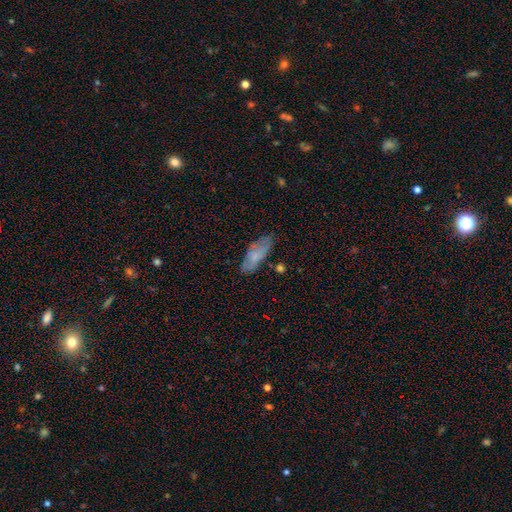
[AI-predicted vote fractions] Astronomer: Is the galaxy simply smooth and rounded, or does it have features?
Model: smooth — 66%.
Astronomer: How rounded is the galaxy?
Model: in between — 74%.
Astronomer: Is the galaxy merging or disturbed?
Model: none — 69%.